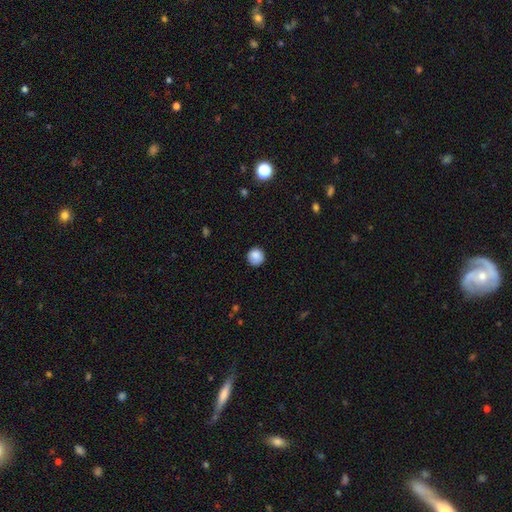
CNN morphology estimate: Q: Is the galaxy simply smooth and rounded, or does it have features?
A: smooth — 86%.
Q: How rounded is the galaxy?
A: round — 93%.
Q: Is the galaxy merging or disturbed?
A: none — 85%.